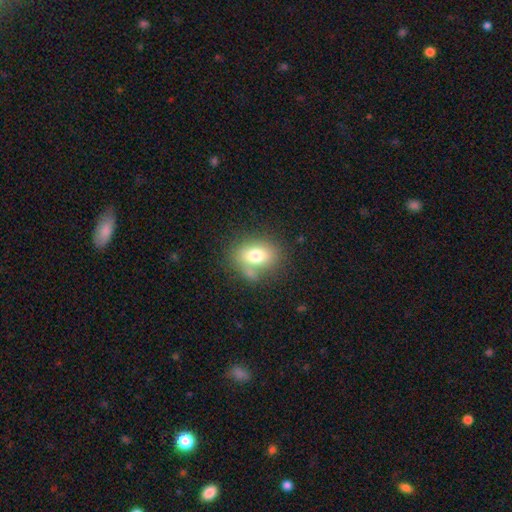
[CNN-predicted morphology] Q: Smooth or featured?
A: smooth (75%); runner-up: featured or disk (15%)
Q: How rounded?
A: in between (65%); runner-up: round (34%)
Q: Merging?
A: none (62%); runner-up: minor disturbance (19%)